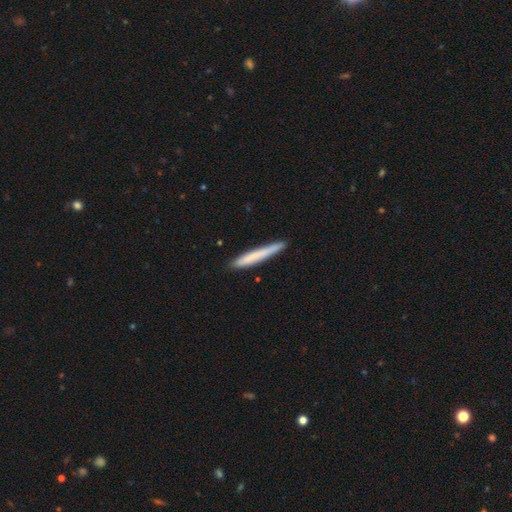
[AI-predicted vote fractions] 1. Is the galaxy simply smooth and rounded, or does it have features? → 71% smooth, 23% featured or disk, 6% star or artifact.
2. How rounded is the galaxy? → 97% cigar-shaped, 2% in between, 1% round.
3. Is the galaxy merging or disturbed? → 88% none, 9% minor disturbance, 1% major disturbance, 1% merger.